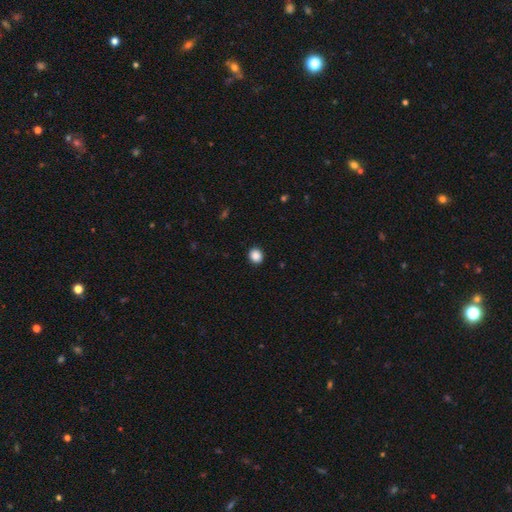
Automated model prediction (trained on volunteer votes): A smooth galaxy with no disk features (88%) that is round (77%). Merging: none (92%).